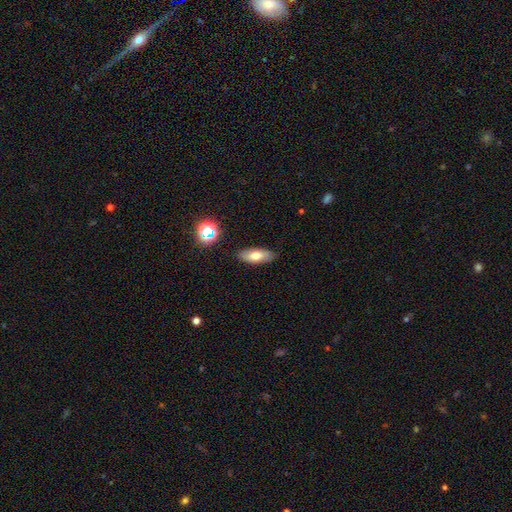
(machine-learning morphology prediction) smooth 68%, featured or disk 22%, star or artifact 10%. Down the decision tree: how rounded — in between (76%); merging — none (86%).